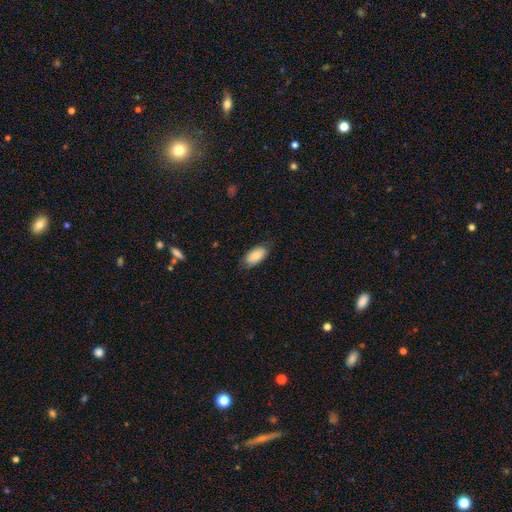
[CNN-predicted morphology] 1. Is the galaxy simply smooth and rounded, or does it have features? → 81% smooth, 13% featured or disk, 6% star or artifact.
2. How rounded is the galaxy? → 93% in between, 4% cigar-shaped, 3% round.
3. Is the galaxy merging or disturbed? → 74% none, 20% minor disturbance, 5% major disturbance, 1% merger.